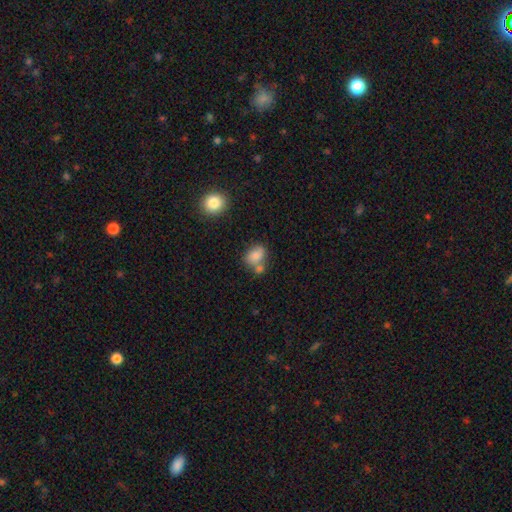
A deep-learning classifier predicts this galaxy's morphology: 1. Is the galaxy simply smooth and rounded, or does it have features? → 79% smooth, 11% featured or disk, 10% star or artifact.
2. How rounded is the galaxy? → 64% in between, 34% round, 1% cigar-shaped.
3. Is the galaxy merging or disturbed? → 47% none, 31% merger, 16% minor disturbance, 6% major disturbance.